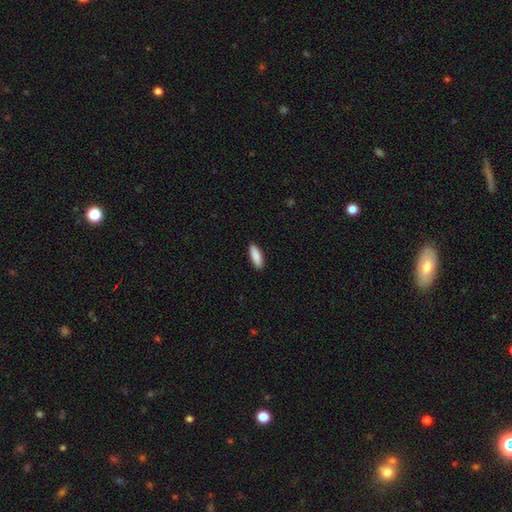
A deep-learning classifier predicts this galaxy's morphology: Smooth or featured?
  - smooth: 89% *
  - featured or disk: 6%
  - star or artifact: 6%
How rounded?
  - in between: 59% *
  - cigar-shaped: 40%
  - round: 2%
Merging?
  - none: 89% *
  - minor disturbance: 8%
  - major disturbance: 2%
  - merger: 1%